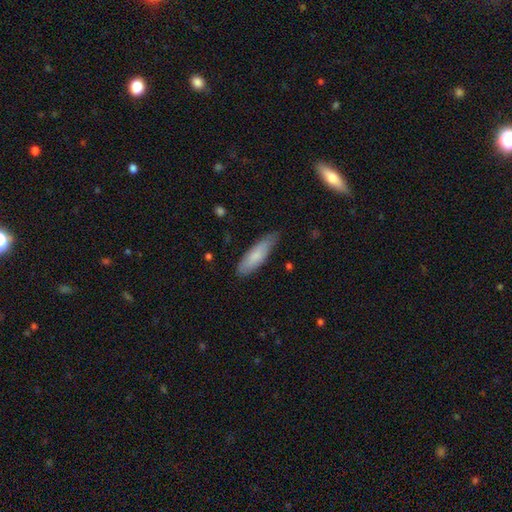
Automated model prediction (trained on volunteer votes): smooth_or_featured: smooth (p=0.78) [alt: featured or disk p=0.17]
how_rounded: cigar-shaped (p=0.56) [alt: in between p=0.43]
merging: none (p=0.69) [alt: minor disturbance p=0.25]